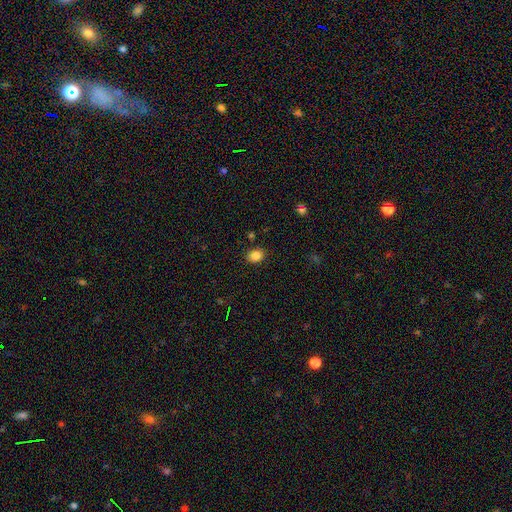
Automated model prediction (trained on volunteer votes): This appears to be a smooth galaxy with no disk features (85%) that is in between round and cigar-shaped (59%). Merging: none (88%).